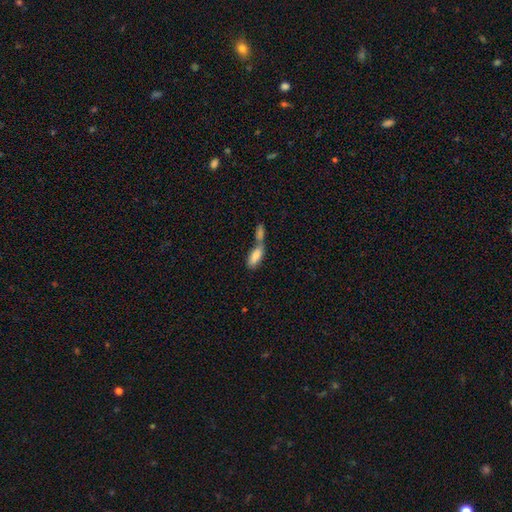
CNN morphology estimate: smooth-or-featured: smooth: 80% | featured or disk: 13% | star or artifact: 7%
  how-rounded: in between: 74% | cigar-shaped: 24% | round: 2%
  merging: merger: 74% | none: 16% | minor disturbance: 6% | major disturbance: 4%